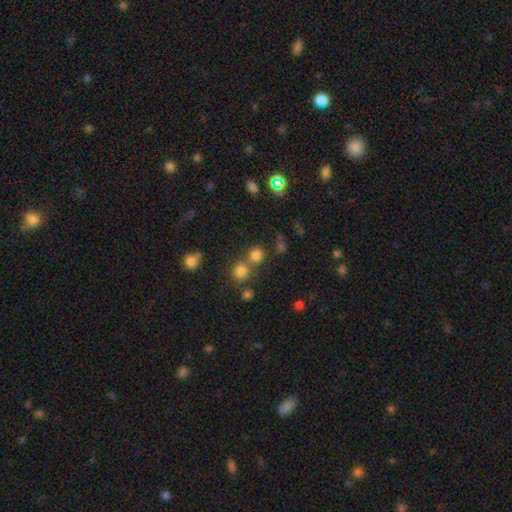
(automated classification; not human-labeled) A smooth galaxy with no disk features (75%) that is round (85%).

Vote fractions:
- Smooth or featured? smooth: 75% / star or artifact: 19% / featured or disk: 6%
- How rounded? round: 85% / in between: 14% / cigar-shaped: 1%
- Merging? none: 61% / merger: 29% / minor disturbance: 7% / major disturbance: 4%